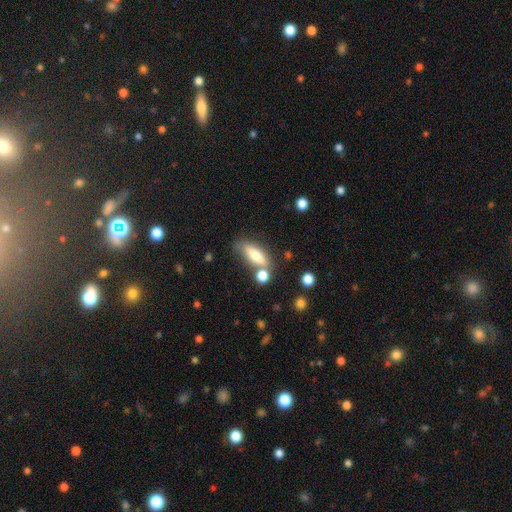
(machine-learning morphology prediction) Q: Smooth or featured?
A: smooth (73%); runner-up: featured or disk (20%)
Q: How rounded?
A: in between (60%); runner-up: cigar-shaped (36%)
Q: Merging?
A: none (61%); runner-up: merger (17%)